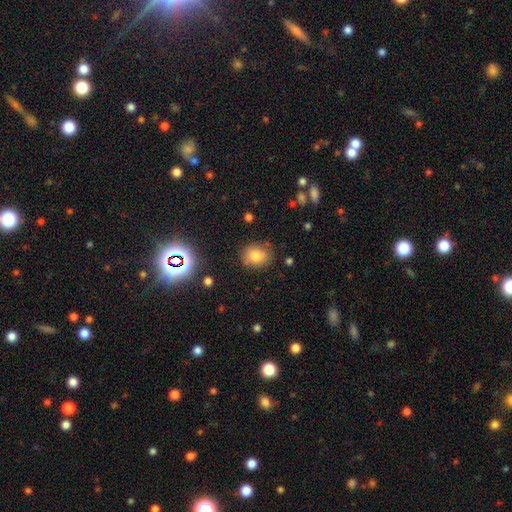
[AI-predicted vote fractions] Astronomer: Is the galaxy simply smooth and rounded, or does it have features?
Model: smooth — 76%.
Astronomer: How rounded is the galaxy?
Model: round — 59% (runner-up: in between, 40%).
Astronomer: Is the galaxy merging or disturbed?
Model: none — 79%.